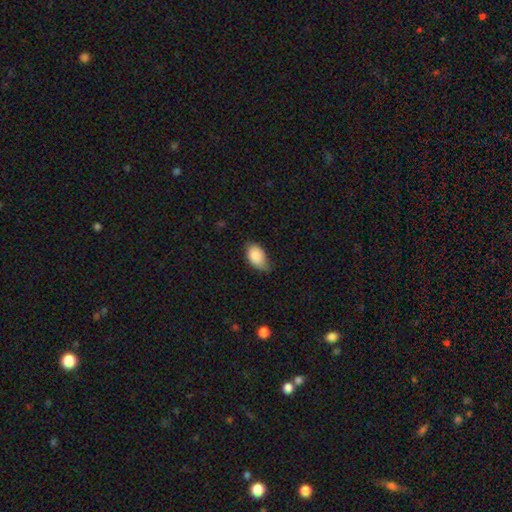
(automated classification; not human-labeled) smooth_or_featured: smooth (p=0.87) [alt: featured or disk p=0.07]
how_rounded: in between (p=0.91) [alt: round p=0.08]
merging: none (p=0.49) [alt: minor disturbance p=0.41]